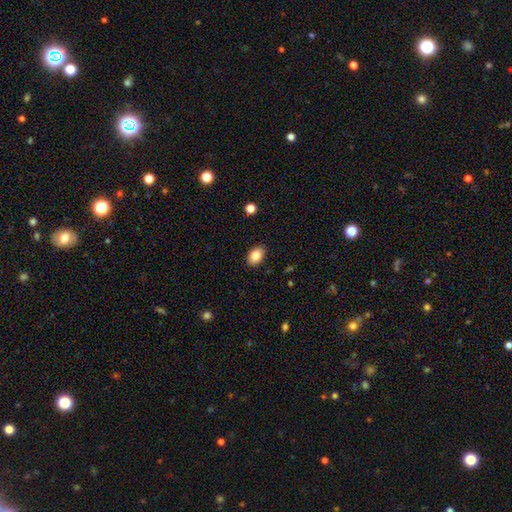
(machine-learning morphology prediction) Smooth or featured: smooth — 85% (star or artifact — 8%)
How rounded: in between — 88% (round — 11%)
Merging: none — 89% (minor disturbance — 8%)